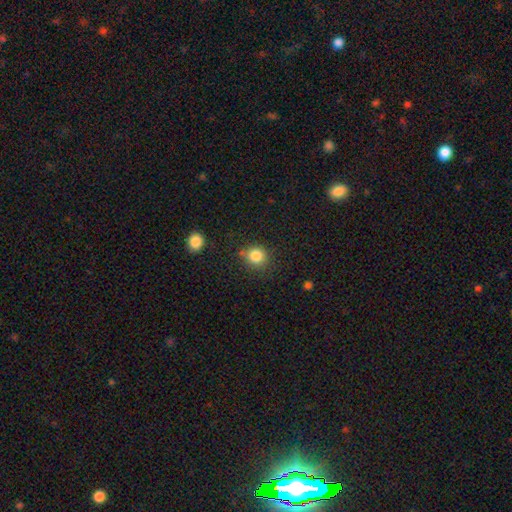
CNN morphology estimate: Smooth or featured: smooth — 84% (star or artifact — 11%)
How rounded: round — 87% (in between — 12%)
Merging: none — 77% (minor disturbance — 14%)